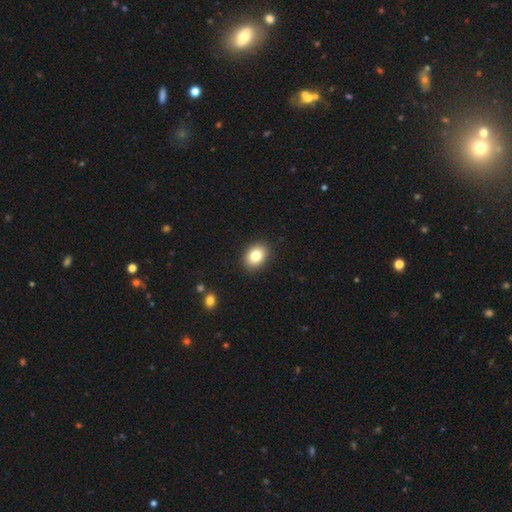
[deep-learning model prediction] Morphology: type=smooth (82%); roundness=in between (69%); merging=none (90%).